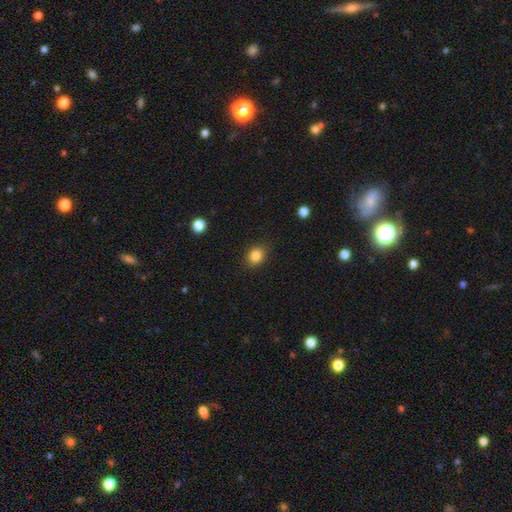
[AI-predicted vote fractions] Smooth or featured? Predicted: smooth (p=0.85). How rounded? Predicted: round (p=0.54). Merging? Predicted: none (p=0.86).